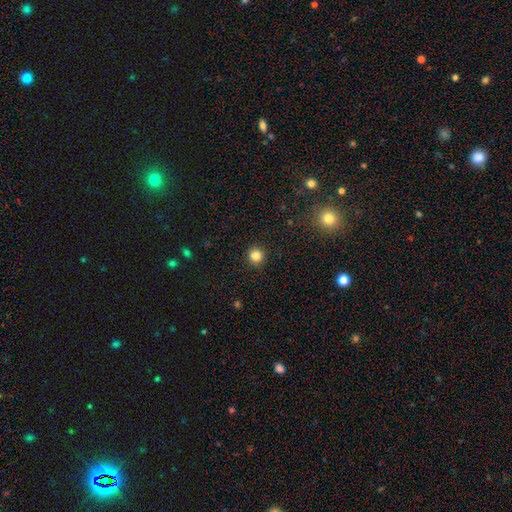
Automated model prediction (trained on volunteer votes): This is clearly a smooth galaxy (83%). How rounded: clearly round (92%). Merging: clearly none (91%).